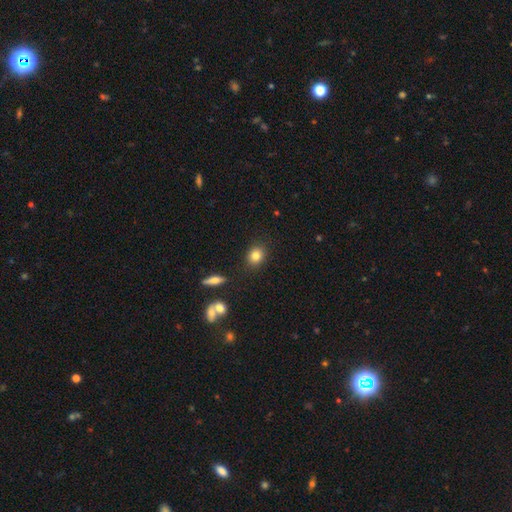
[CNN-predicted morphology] smooth_or_featured: smooth (p=0.82) [alt: star or artifact p=0.10]
how_rounded: round (p=0.64) [alt: in between p=0.35]
merging: none (p=0.86) [alt: minor disturbance p=0.09]